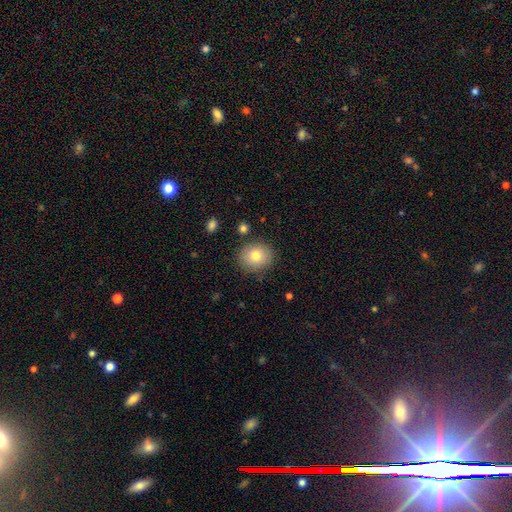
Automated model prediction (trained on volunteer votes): Smooth or featured: smooth — 77% (featured or disk — 13%)
How rounded: round — 73% (in between — 27%)
Merging: none — 85% (minor disturbance — 10%)